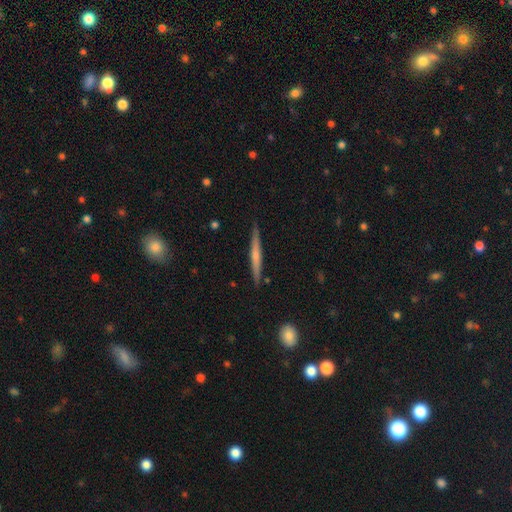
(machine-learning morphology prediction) This is possibly a featured or disk galaxy (52%). It is clearly viewed edge-on (97%). Edge-on bulge: possibly none (53%). Merging: clearly none (88%).